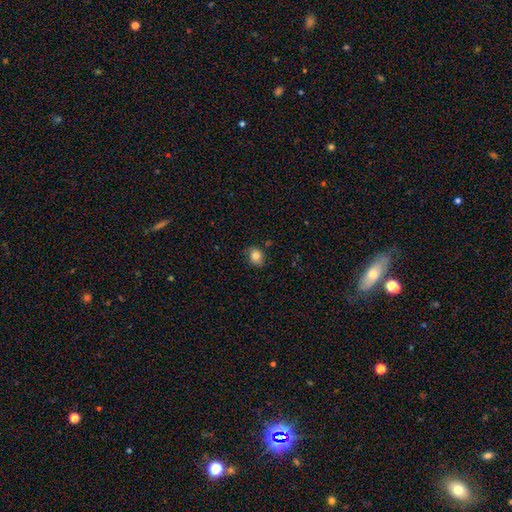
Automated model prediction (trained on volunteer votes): The model was most divided on "how rounded": round: 51%, in between: 48%, cigar-shaped: 1%. More confident: smooth or featured — smooth (83%); merging — none (72%).